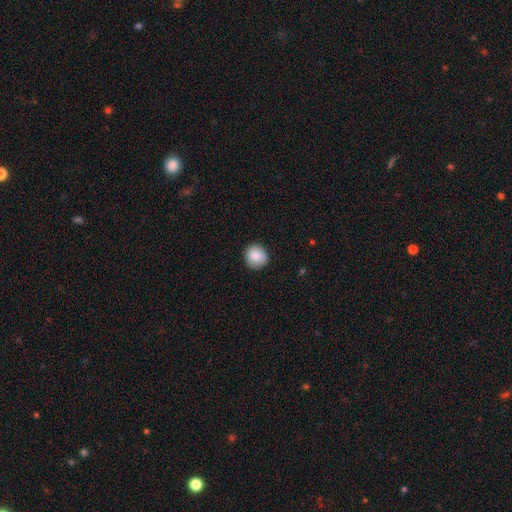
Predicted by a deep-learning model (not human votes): A smooth galaxy with no disk features (87%) that is round (89%). Merging: none (87%).